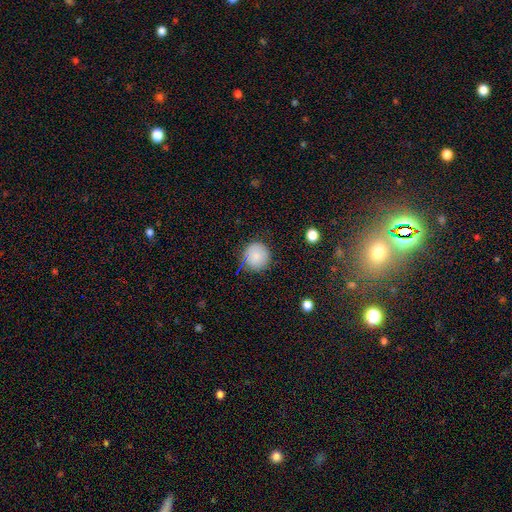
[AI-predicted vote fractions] A smooth galaxy with no disk features (83%) that is round (92%).

Vote fractions:
- Smooth or featured? smooth: 83% / star or artifact: 9% / featured or disk: 8%
- How rounded? round: 92% / in between: 7% / cigar-shaped: 1%
- Merging? none: 78% / minor disturbance: 16% / major disturbance: 4% / merger: 2%